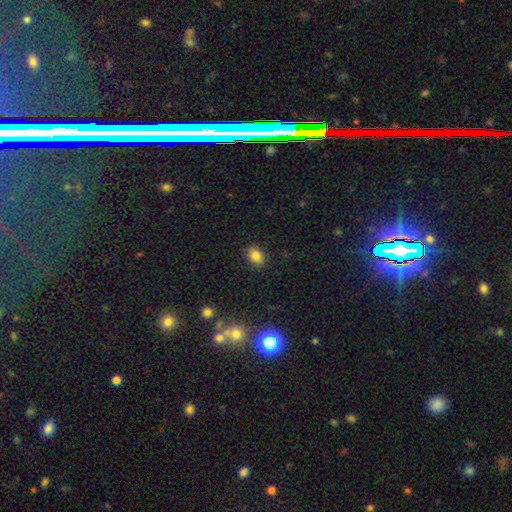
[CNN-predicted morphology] Smooth or featured?
  - smooth: 82% *
  - star or artifact: 11%
  - featured or disk: 7%
How rounded?
  - in between: 78% *
  - round: 21%
  - cigar-shaped: 1%
Merging?
  - none: 88% *
  - minor disturbance: 9%
  - major disturbance: 2%
  - merger: 1%